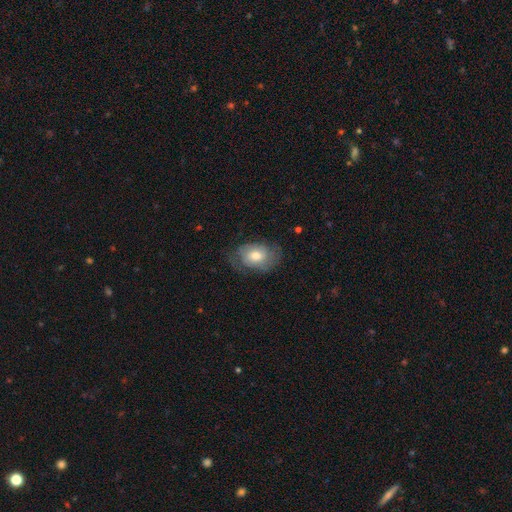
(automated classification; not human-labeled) A smooth galaxy with no disk features (54%) that is in between round and cigar-shaped (75%).

Vote fractions:
- Smooth or featured? smooth: 54% / featured or disk: 39% / star or artifact: 7%
- How rounded? in between: 75% / round: 24% / cigar-shaped: 1%
- Merging? none: 61% / minor disturbance: 25% / major disturbance: 12% / merger: 1%